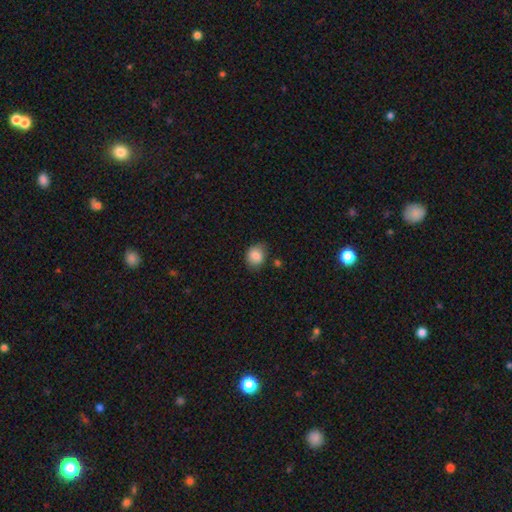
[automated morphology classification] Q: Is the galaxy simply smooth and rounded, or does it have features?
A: smooth — 85%.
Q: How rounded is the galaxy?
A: round — 64%.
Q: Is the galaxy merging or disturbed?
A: none — 74%.